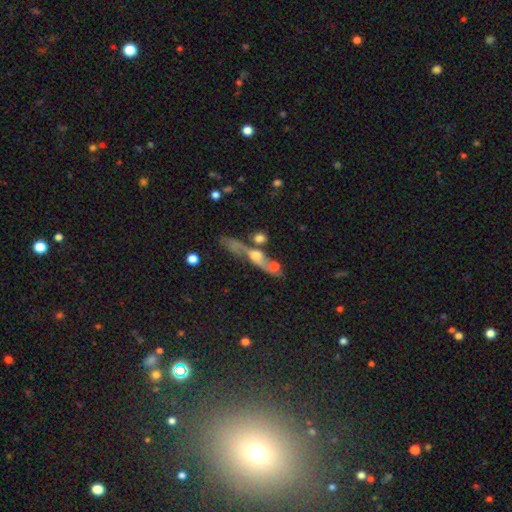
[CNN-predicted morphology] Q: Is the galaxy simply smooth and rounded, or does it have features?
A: featured or disk — 52%.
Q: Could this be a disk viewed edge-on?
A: yes — 63%.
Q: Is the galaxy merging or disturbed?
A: none — 41%.